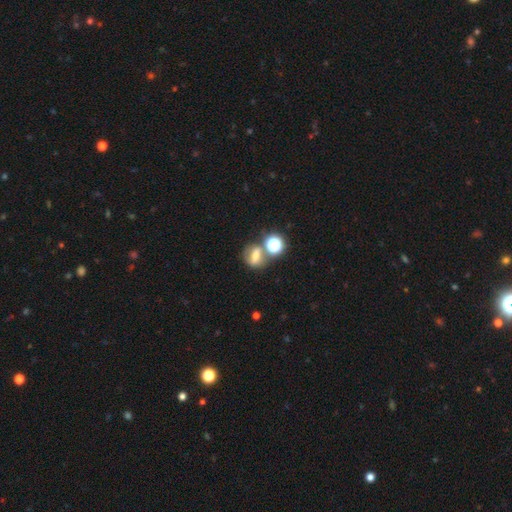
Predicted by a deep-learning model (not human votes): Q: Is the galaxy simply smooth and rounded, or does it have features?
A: smooth — 50%.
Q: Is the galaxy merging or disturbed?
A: none — 47%.